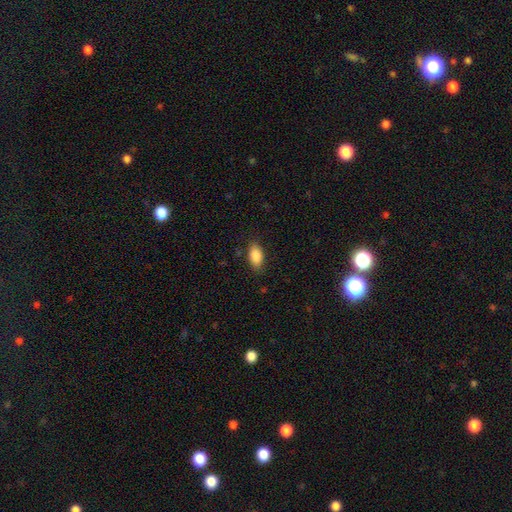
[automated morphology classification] A smooth galaxy with no disk features (88%) that is in between round and cigar-shaped (91%). Merging: none (84%).